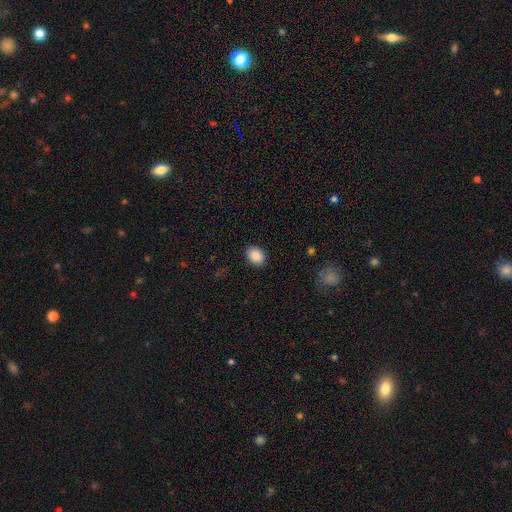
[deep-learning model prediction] This is clearly a smooth galaxy (89%). How rounded: likely in between (64%). Merging: clearly none (89%).